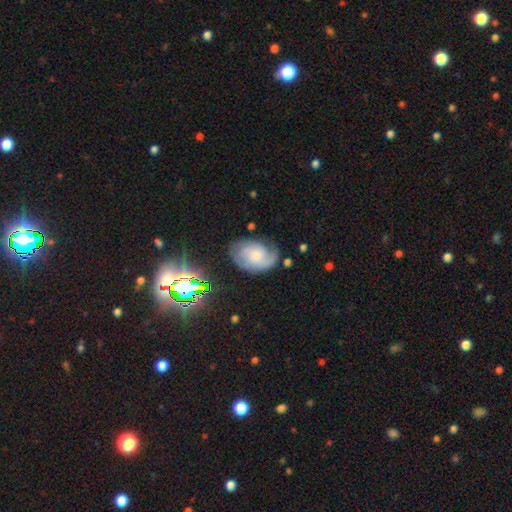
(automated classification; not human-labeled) Overall: featured or disk (62%; smooth 28%). Edge-on disk: no (97%). Bar: no (72%). Spiral arms: yes (90%). Spiral arm count: 2 (44%; can't tell 26%). Spiral winding: tight (44%; medium 38%). Bulge size: small (45%; moderate 29%). Merging: none (64%).